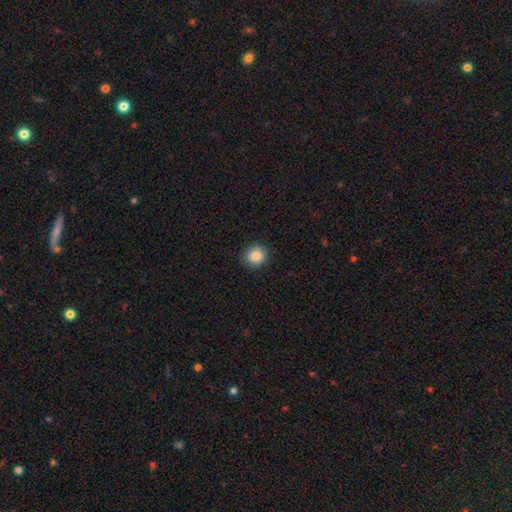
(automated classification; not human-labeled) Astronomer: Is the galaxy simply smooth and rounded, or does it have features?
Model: smooth — 87%.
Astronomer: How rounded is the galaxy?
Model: round — 86%.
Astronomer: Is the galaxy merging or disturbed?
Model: none — 88%.